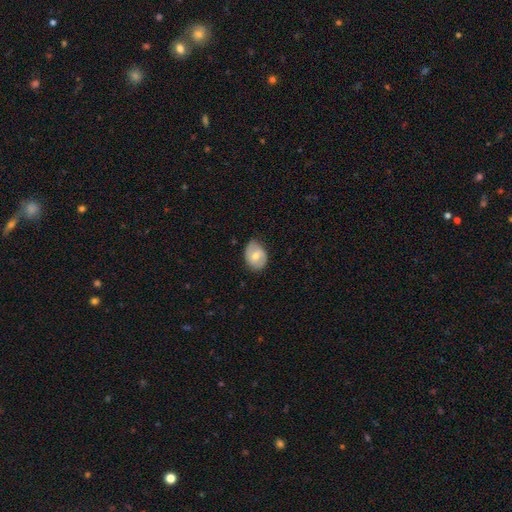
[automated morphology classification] smooth 57%, featured or disk 37%, star or artifact 7%. Down the decision tree: how rounded — in between (65%); merging — none (73%).